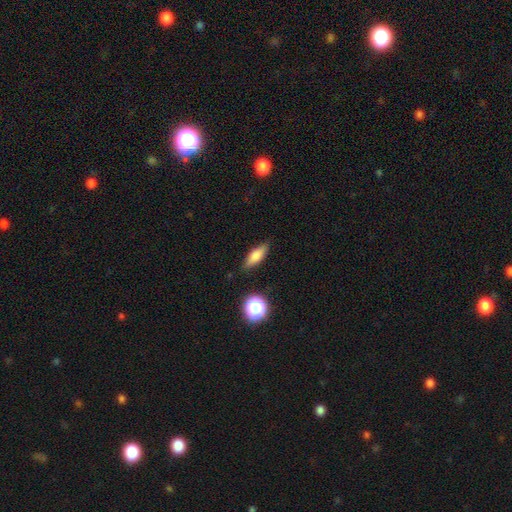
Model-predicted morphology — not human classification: Smooth or featured: smooth — 69% (featured or disk — 22%)
How rounded: in between — 58% (cigar-shaped — 37%)
Merging: none — 83% (minor disturbance — 12%)